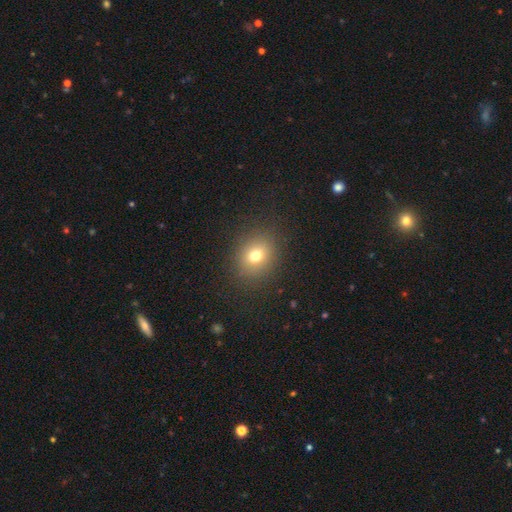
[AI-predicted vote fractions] Smooth or featured? Predicted: smooth (p=0.74). How rounded? Predicted: round (p=0.64). Merging? Predicted: none (p=0.87).